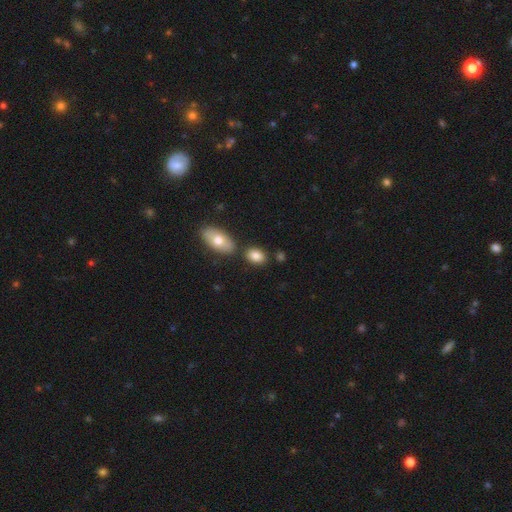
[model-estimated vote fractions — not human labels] Morphology: type=smooth (82%); roundness=in between (85%); merging=none (71%).